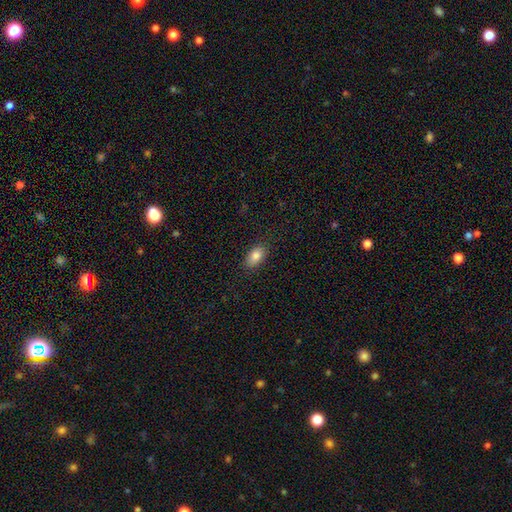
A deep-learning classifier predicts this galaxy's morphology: The model was most divided on "merging": none: 86%, minor disturbance: 10%, major disturbance: 3%, merger: 1%. More confident: how rounded — in between (90%); smooth or featured — smooth (85%).